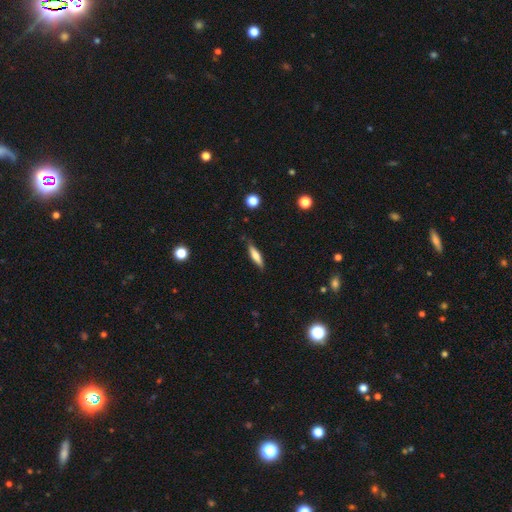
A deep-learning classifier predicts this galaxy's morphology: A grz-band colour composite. It shows a smooth galaxy with no disk features (61%) that is cigar-shaped (75%). Merging: none (82%).